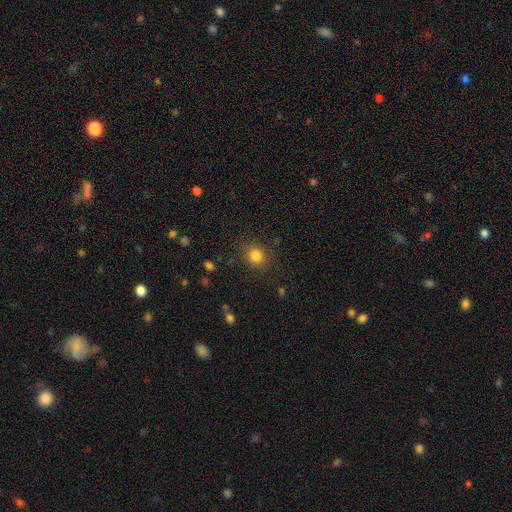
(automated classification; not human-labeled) smooth-or-featured: smooth: 83% | star or artifact: 12% | featured or disk: 5%
  how-rounded: round: 80% | in between: 19% | cigar-shaped: 1%
  merging: none: 86% | minor disturbance: 9% | major disturbance: 4% | merger: 1%